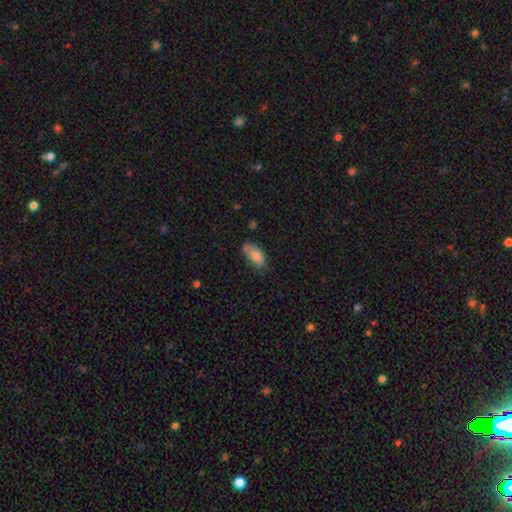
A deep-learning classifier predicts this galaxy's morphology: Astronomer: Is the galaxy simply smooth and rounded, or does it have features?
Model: smooth — 83%.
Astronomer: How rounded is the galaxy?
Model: in between — 90%.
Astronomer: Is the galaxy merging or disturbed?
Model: none — 56% (runner-up: minor disturbance, 31%).